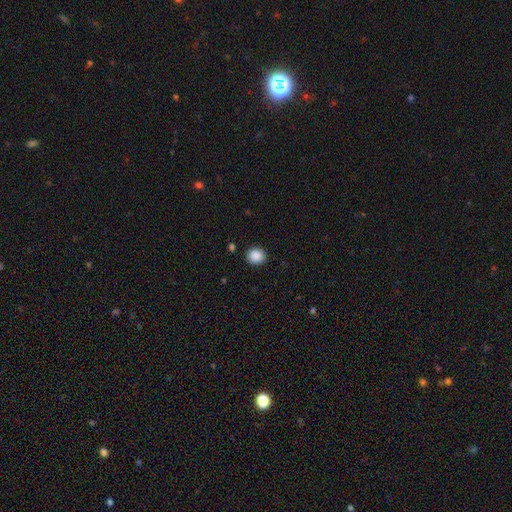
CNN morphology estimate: This appears to be a smooth galaxy with no disk features (89%) that is round (82%). Merging: none (90%).